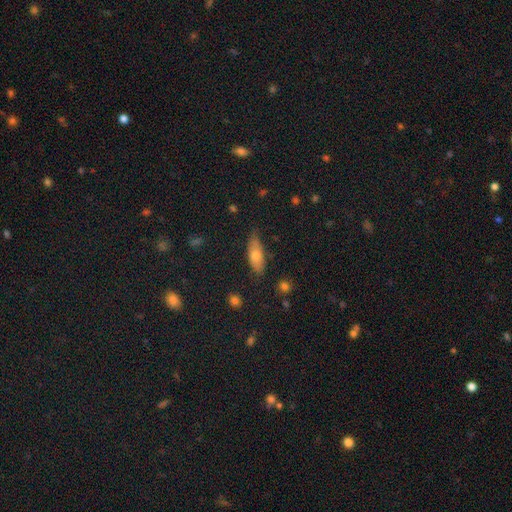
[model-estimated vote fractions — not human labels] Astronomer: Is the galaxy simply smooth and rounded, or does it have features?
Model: smooth — 71%.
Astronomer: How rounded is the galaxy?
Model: in between — 69%.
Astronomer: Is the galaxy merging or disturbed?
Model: none — 71%.